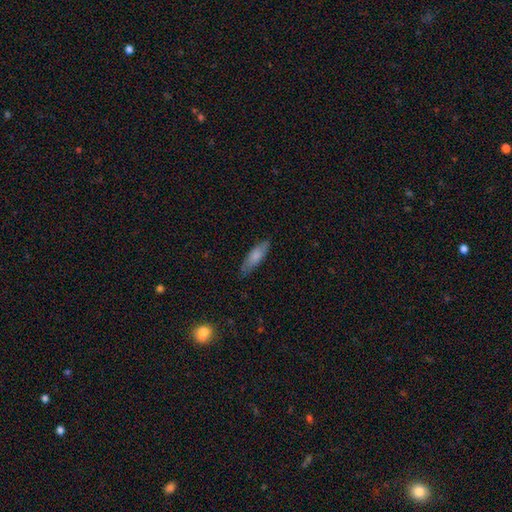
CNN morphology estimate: Smooth or featured: smooth — 77% (featured or disk — 17%)
How rounded: cigar-shaped — 54% (in between — 45%)
Merging: none — 82% (minor disturbance — 14%)